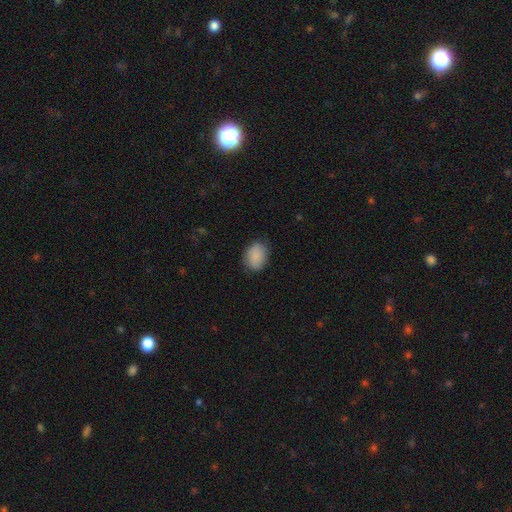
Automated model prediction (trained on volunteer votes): Smooth or featured: smooth — 88% (star or artifact — 7%)
How rounded: in between — 69% (round — 30%)
Merging: none — 81% (minor disturbance — 15%)